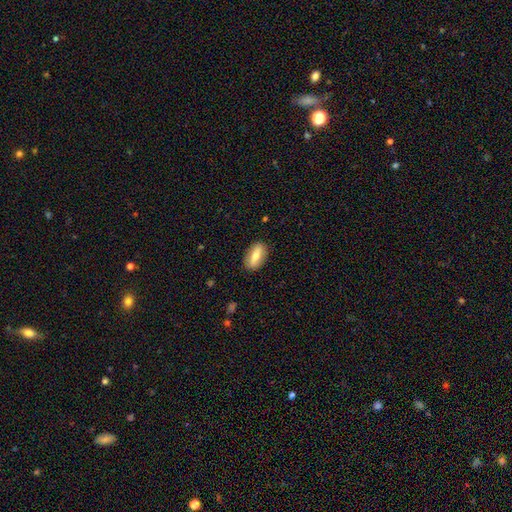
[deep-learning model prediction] A smooth galaxy with no disk features (62%) that is in between round and cigar-shaped (83%). Merging: none (87%).